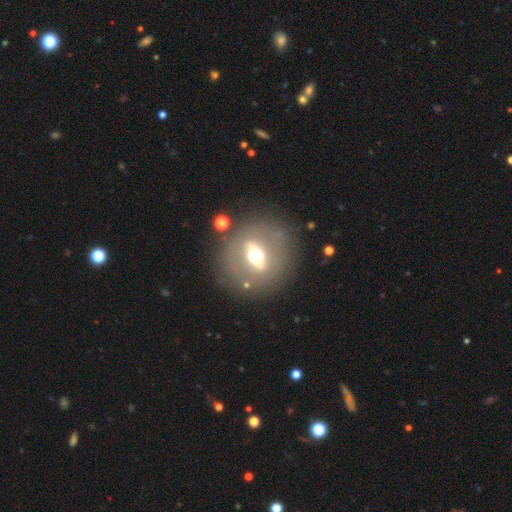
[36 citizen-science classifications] A featured or disk galaxy (58%) with a strong bar (43%, tied with weak), no spiral arms (86%) and a moderate central bulge (79%).

Vote fractions:
- Smooth or featured? featured or disk: 58% / smooth: 36% / star or artifact: 6%
- Edge-on disk? no: 67% / yes: 33%
- Bar? strong: 43% (tied) / weak: 43% (tied) / no: 14%
- Spiral arms? no: 86% / yes: 14%
- Bulge size? moderate: 79% / large: 14% / small: 7% / dominant: 0% / none: 0%
- Merging? none: 65% / minor disturbance: 21% / major disturbance: 12% / merger: 3%